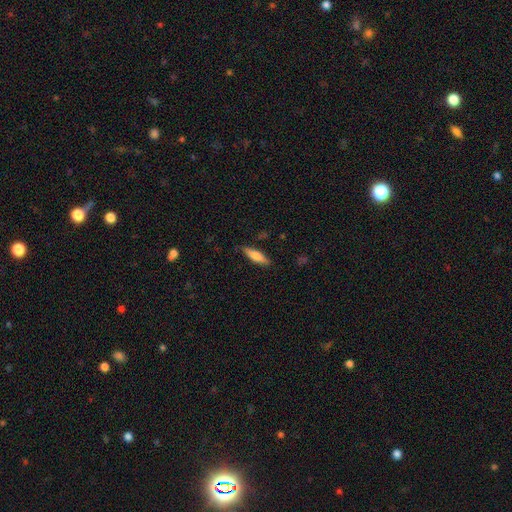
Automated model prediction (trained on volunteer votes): A smooth galaxy with no disk features (71%) that is cigar-shaped (64%).

Vote fractions:
- Smooth or featured? smooth: 71% / featured or disk: 23% / star or artifact: 6%
- How rounded? cigar-shaped: 64% / in between: 34% / round: 2%
- Merging? none: 84% / minor disturbance: 12% / major disturbance: 2% / merger: 1%